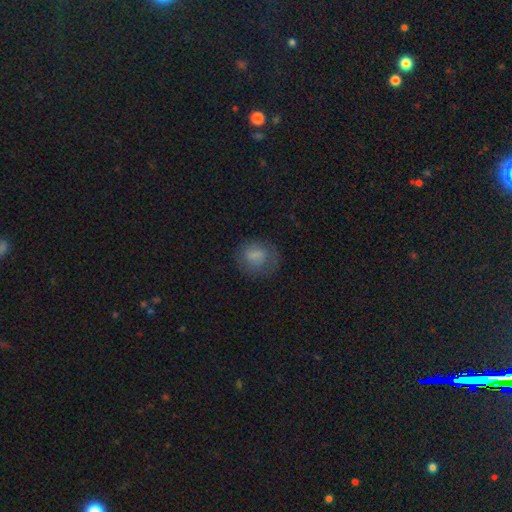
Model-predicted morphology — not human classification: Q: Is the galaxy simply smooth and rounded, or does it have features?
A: smooth — 67%.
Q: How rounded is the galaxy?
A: round — 62%.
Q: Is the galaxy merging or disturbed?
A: none — 62%.